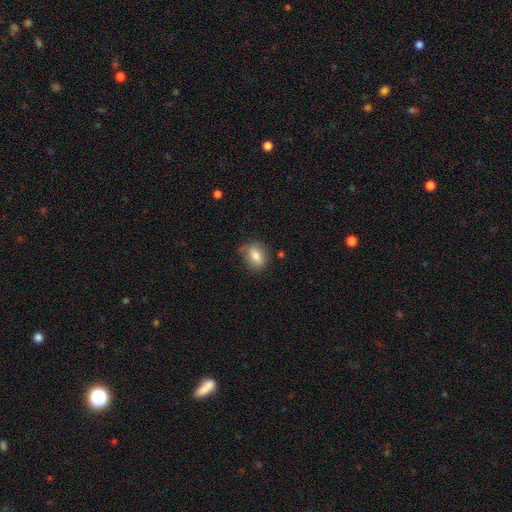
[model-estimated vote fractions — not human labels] This appears to be a smooth galaxy with no disk features (80%) that is in between round and cigar-shaped (71%). Merging: none (70%).